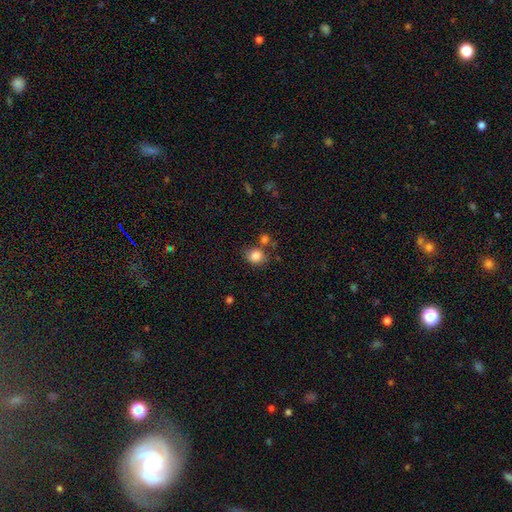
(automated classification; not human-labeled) smooth_or_featured: smooth (p=0.84) [alt: star or artifact p=0.10]
how_rounded: round (p=0.65) [alt: in between p=0.34]
merging: none (p=0.63) [alt: minor disturbance p=0.16]